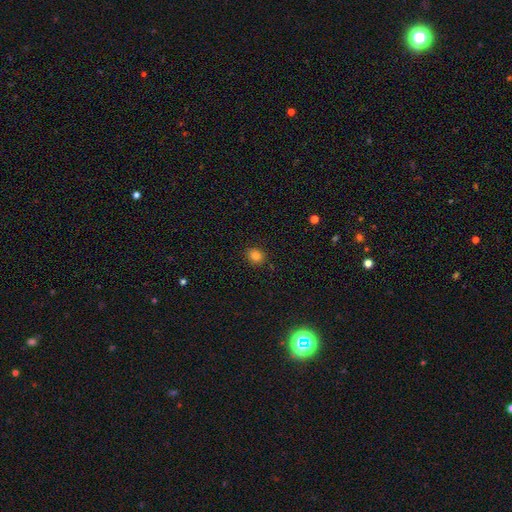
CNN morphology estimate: This appears to be a smooth galaxy with no disk features (82%) that is round (64%). Merging: none (88%).